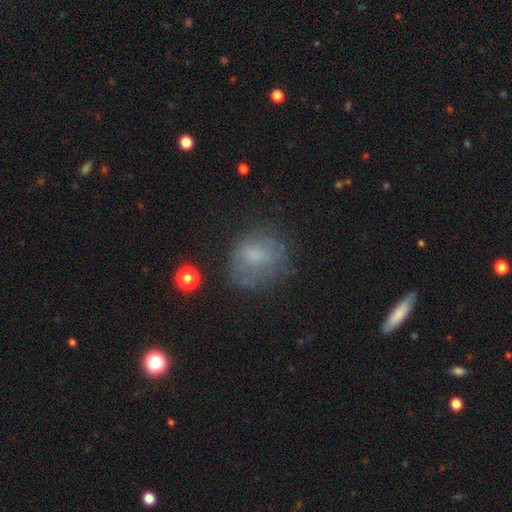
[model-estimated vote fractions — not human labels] Smooth or featured? smooth (64%)
How rounded? round (68%)
Merging? none (59%)